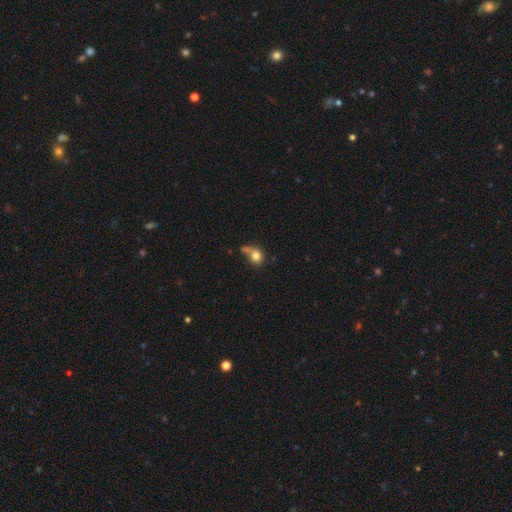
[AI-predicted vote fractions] The model was most divided on "merging": none: 36%, merger: 28%, major disturbance: 18%, minor disturbance: 18%. More confident: smooth or featured — smooth (77%); how rounded — round (74%).